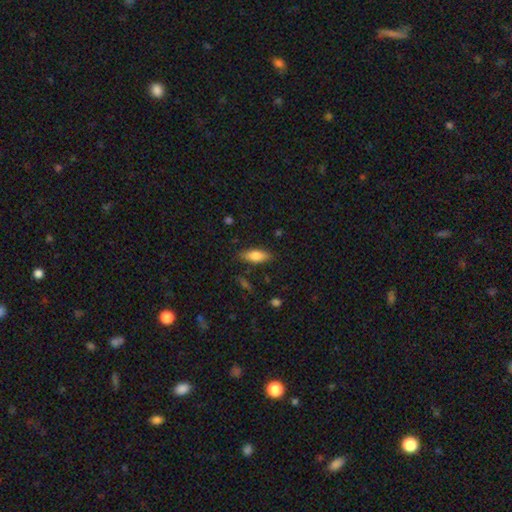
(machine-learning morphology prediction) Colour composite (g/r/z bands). It shows a smooth galaxy with no disk features (79%) that is in between round and cigar-shaped (77%). Merging: none (82%).